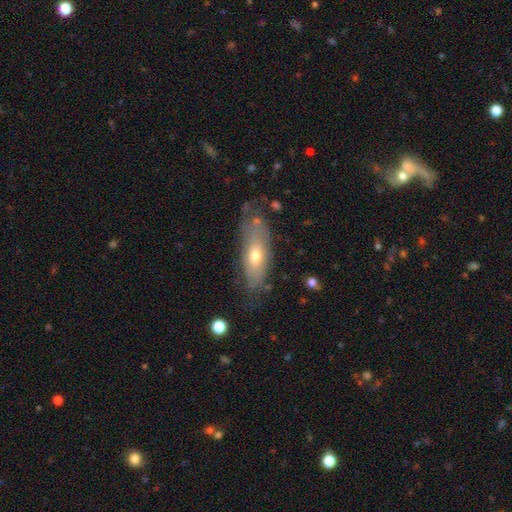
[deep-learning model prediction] This appears to be a smooth galaxy with no disk features (53%) that is in between round and cigar-shaped (62%). Merging: none (64%).